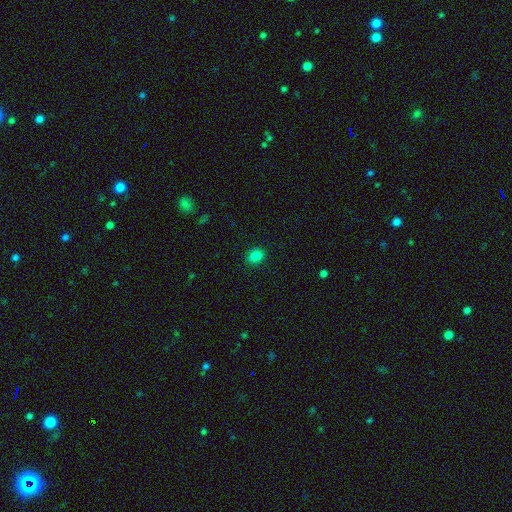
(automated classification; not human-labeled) A smooth galaxy with no disk features (84%) that is in between round and cigar-shaped (54%). Merging: none (89%).